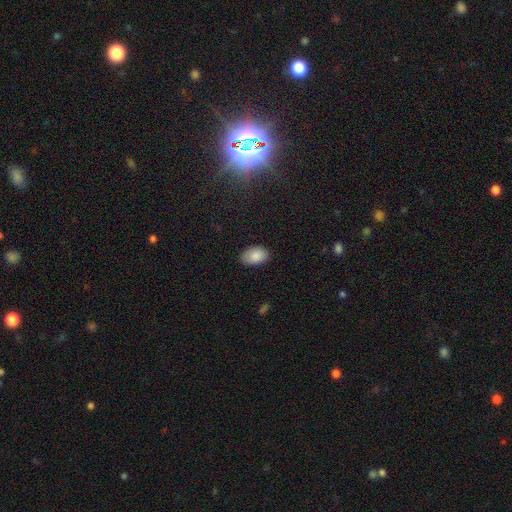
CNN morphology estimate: The model was most divided on "merging": none: 84%, minor disturbance: 13%, major disturbance: 2%, merger: 1%. More confident: how rounded — in between (91%); smooth or featured — smooth (88%).